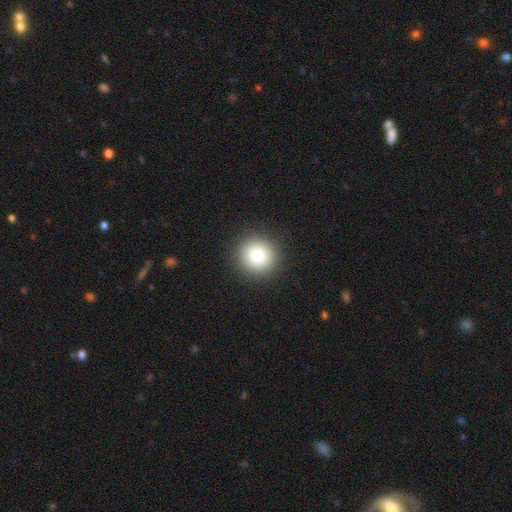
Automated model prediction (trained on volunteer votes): Smooth or featured? smooth (85%)
How rounded? round (94%)
Merging? none (92%)